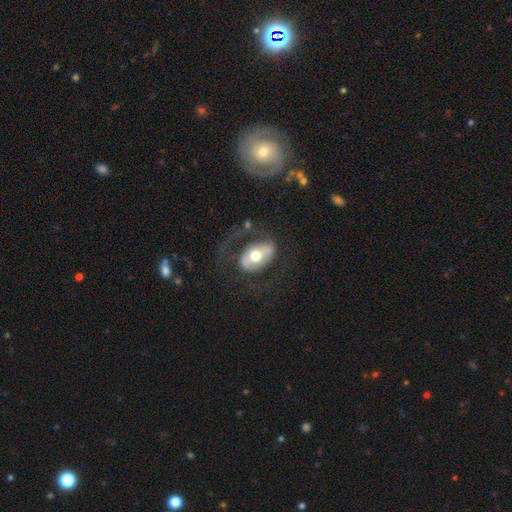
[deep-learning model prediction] Smooth or featured?
  - featured or disk: 59% *
  - smooth: 36%
  - star or artifact: 6%
Edge-on disk?
  - no: 93% *
  - yes: 7%
Bar?
  - no: 49% *
  - weak: 27%
  - strong: 24%
Spiral arms?
  - yes: 56% *
  - no: 44%
Bulge size?
  - moderate: 68% *
  - large: 23%
  - small: 6%
  - dominant: 2%
  - none: 1%
Merging?
  - none: 55% *
  - major disturbance: 26%
  - minor disturbance: 17%
  - merger: 3%